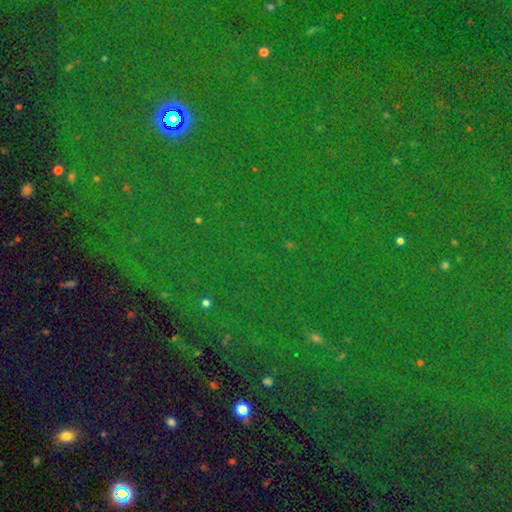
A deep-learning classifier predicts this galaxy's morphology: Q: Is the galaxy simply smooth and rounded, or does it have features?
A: star or artifact — 84%.